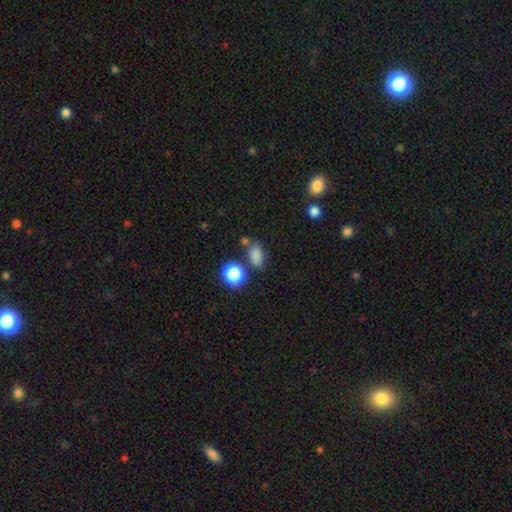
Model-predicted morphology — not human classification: Smooth or featured? smooth (82%)
How rounded? in between (77%)
Merging? none (67%)